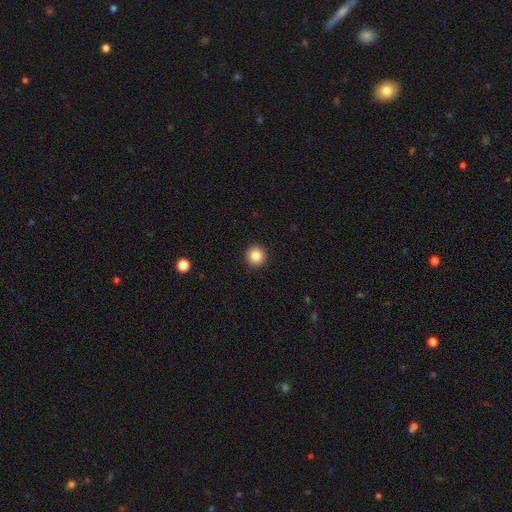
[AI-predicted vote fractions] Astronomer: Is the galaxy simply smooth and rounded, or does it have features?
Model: smooth — 85%.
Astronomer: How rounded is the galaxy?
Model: round — 95%.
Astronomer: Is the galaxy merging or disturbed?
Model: none — 93%.